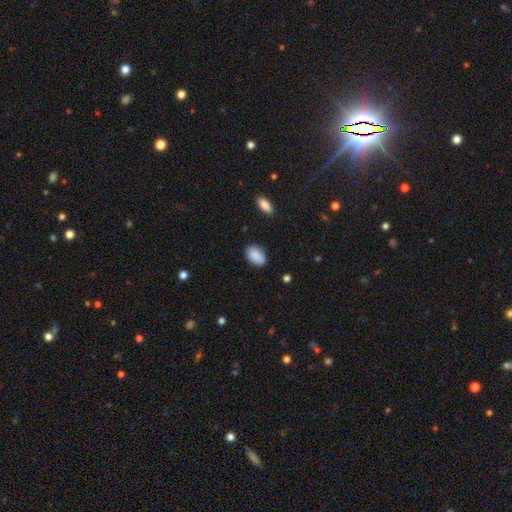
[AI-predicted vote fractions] This is clearly a smooth galaxy (89%). How rounded: clearly in between (90%). Merging: clearly none (82%).